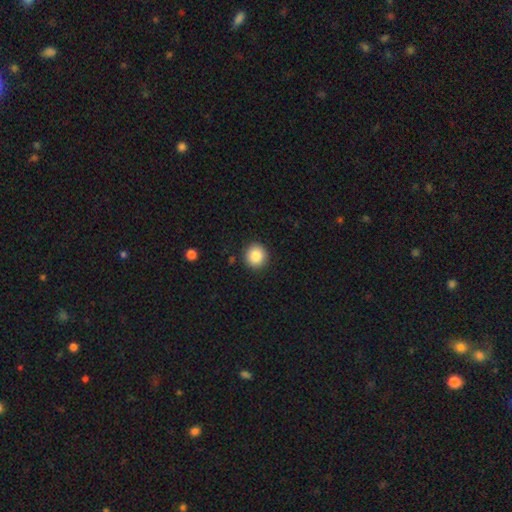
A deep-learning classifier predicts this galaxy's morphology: This is clearly a smooth galaxy (86%). How rounded: clearly round (93%). Merging: clearly none (91%).